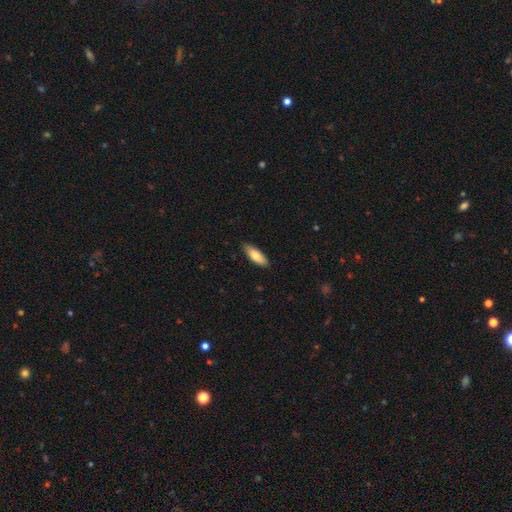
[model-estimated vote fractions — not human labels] smooth-or-featured: smooth: 77% | featured or disk: 17% | star or artifact: 6%
  how-rounded: in between: 67% | cigar-shaped: 31% | round: 2%
  merging: none: 88% | minor disturbance: 9% | major disturbance: 2% | merger: 1%